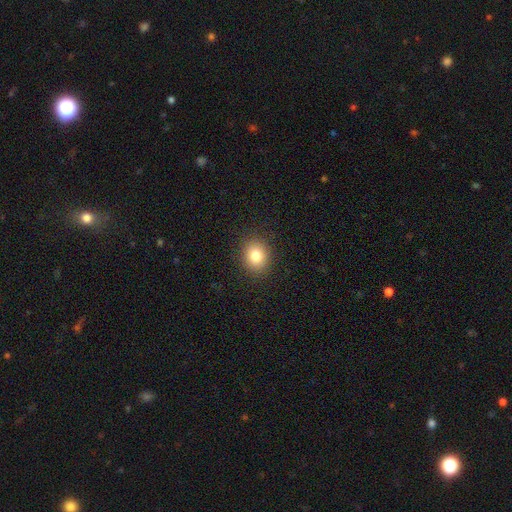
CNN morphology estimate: smooth-or-featured: smooth: 83% | star or artifact: 10% | featured or disk: 7%
  how-rounded: round: 62% | in between: 37% | cigar-shaped: 1%
  merging: none: 89% | minor disturbance: 7% | major disturbance: 2% | merger: 1%